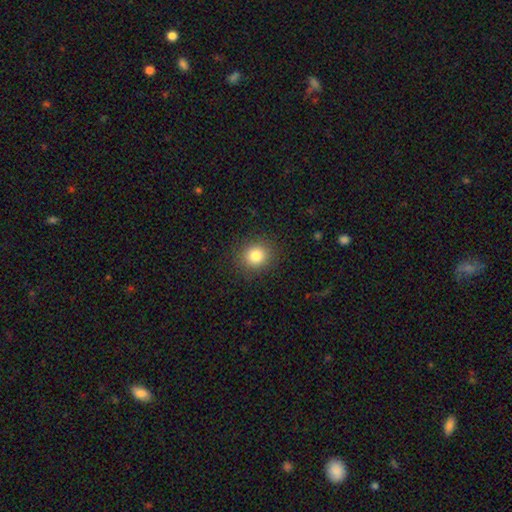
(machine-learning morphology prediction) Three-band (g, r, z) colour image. It shows a smooth galaxy with no disk features (82%) that is round (85%). Merging: none (89%).